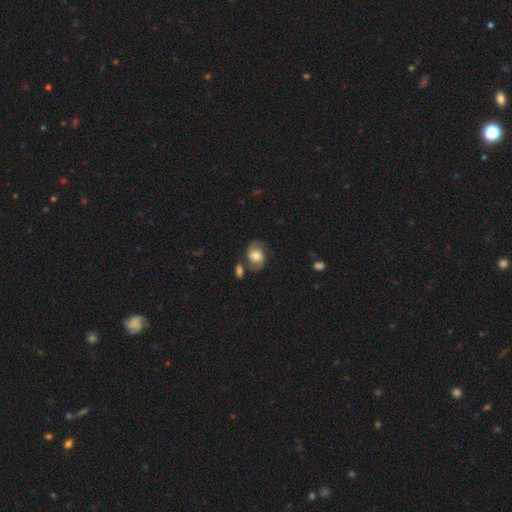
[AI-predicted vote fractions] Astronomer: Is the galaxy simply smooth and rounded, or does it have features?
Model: featured or disk — 50% (runner-up: smooth, 41%).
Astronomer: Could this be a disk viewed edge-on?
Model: no — 97%.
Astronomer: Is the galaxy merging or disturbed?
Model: none — 63%.